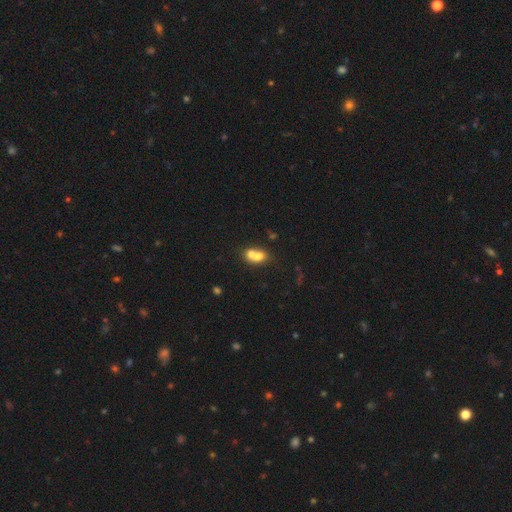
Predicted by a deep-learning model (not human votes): The model was most divided on "how rounded": round: 51%, in between: 47%, cigar-shaped: 2%. More confident: merging — merger (68%); smooth or featured — smooth (68%).